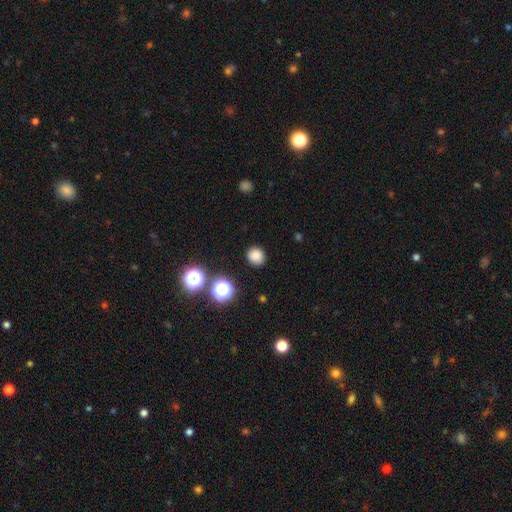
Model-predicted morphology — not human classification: Overall: smooth (82%). How rounded: round (84%). Merging: none (89%).